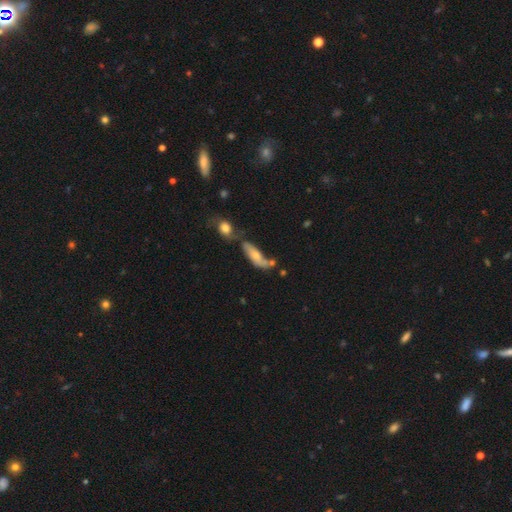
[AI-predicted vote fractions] The model was most divided on "merging" (2-way tie): none: 35%, merger: 35%, minor disturbance: 19%, major disturbance: 11%. More confident: how rounded — in between (63%); smooth or featured — smooth (57%).